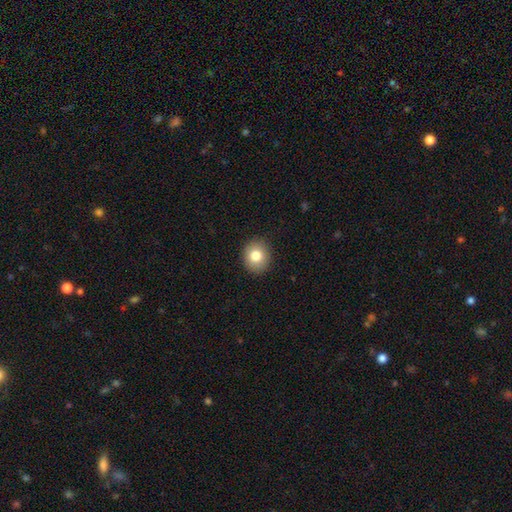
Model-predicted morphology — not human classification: A smooth galaxy with no disk features (80%) that is round (79%). Merging: none (90%).